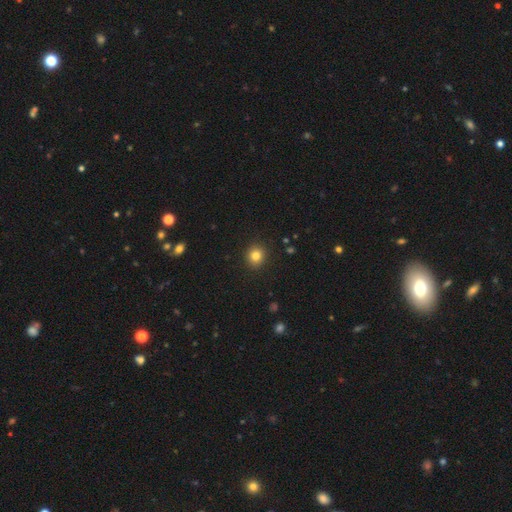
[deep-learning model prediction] The model was most divided on "smooth or featured": smooth: 82%, star or artifact: 12%, featured or disk: 6%. More confident: merging — none (91%); how rounded — round (85%).